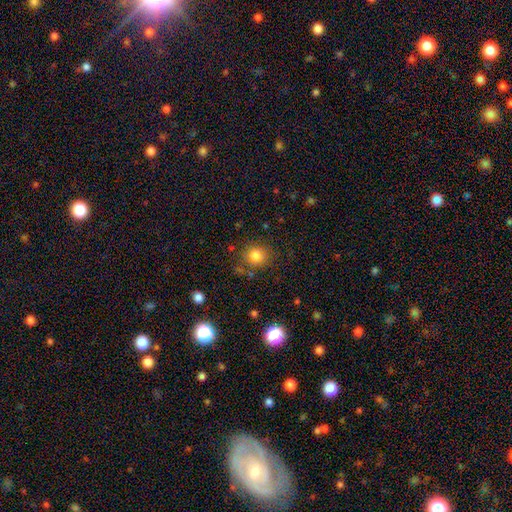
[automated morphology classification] smooth-or-featured: smooth: 81% | star or artifact: 12% | featured or disk: 6%
  how-rounded: round: 84% | in between: 15% | cigar-shaped: 1%
  merging: none: 81% | minor disturbance: 12% | major disturbance: 4% | merger: 4%